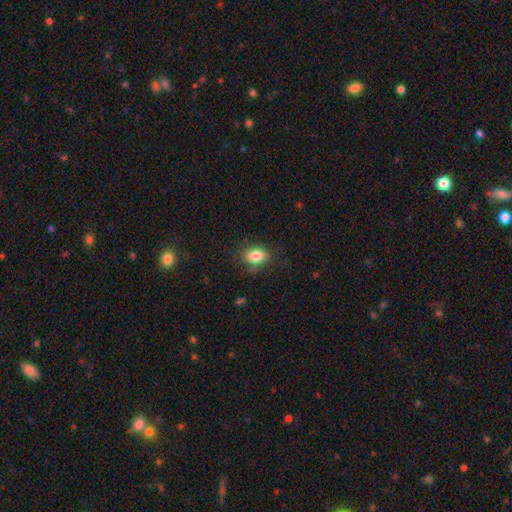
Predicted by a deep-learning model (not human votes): Smooth or featured? smooth (83%)
How rounded? in between (77%)
Merging? none (79%)